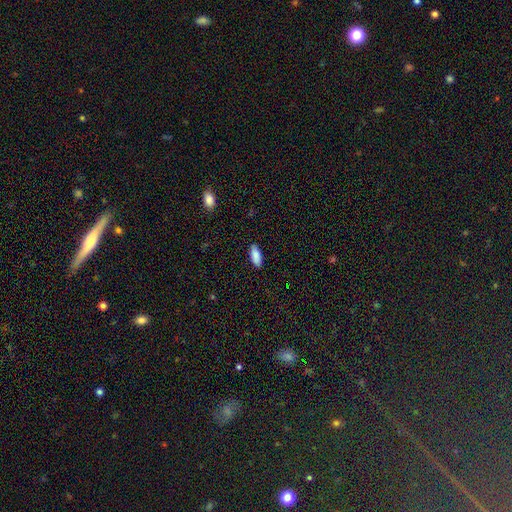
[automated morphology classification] smooth_or_featured: smooth (p=0.88) [alt: star or artifact p=0.07]
how_rounded: in between (p=0.81) [alt: cigar-shaped p=0.17]
merging: none (p=0.88) [alt: minor disturbance p=0.09]